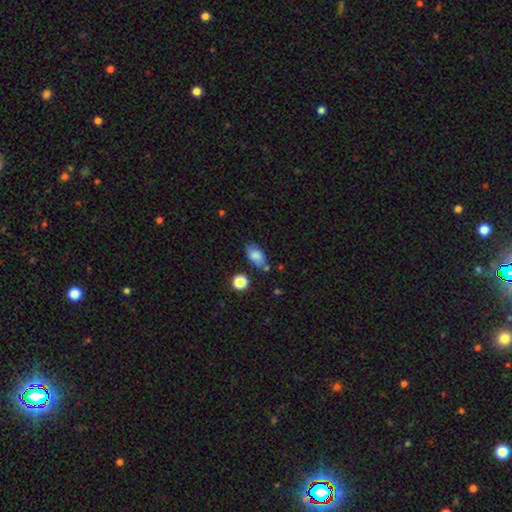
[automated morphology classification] Overall: smooth (81%). How rounded: in between (90%). Merging: none (71%).